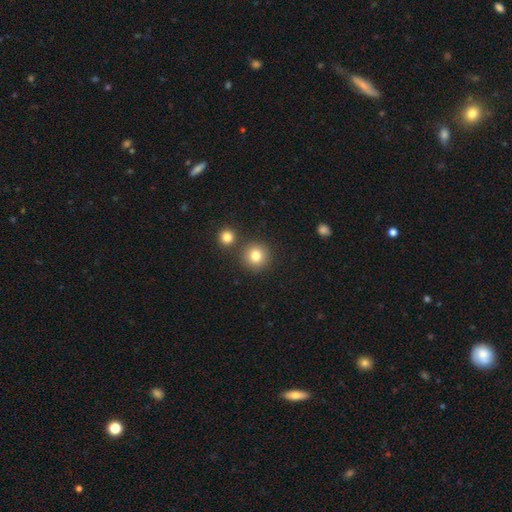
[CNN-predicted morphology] Smooth or featured: smooth — 81% (star or artifact — 12%)
How rounded: round — 94% (in between — 5%)
Merging: none — 82% (merger — 9%)